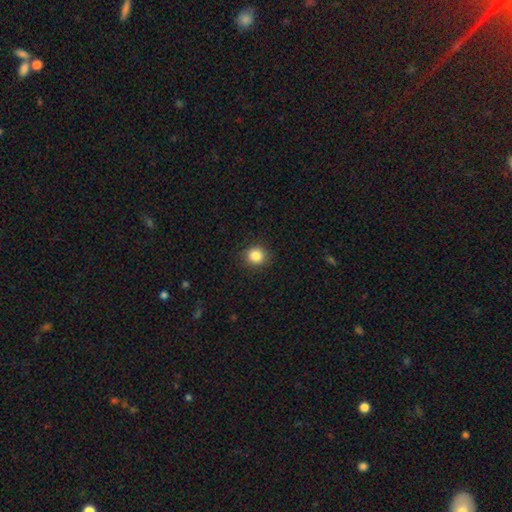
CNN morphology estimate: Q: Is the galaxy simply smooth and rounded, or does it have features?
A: smooth — 86%.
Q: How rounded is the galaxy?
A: round — 88%.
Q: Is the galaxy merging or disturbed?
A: none — 90%.